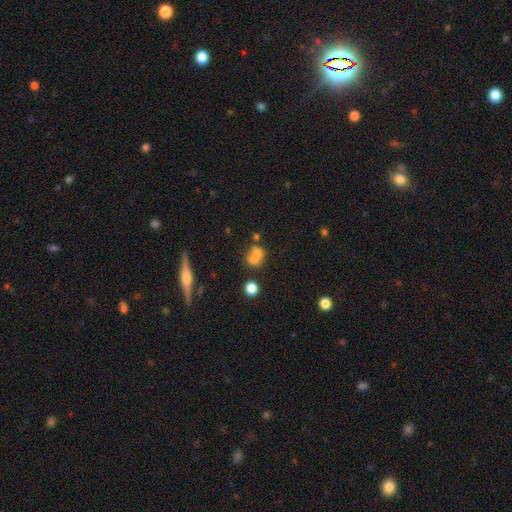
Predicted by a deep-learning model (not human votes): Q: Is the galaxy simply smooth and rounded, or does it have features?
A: smooth — 67%.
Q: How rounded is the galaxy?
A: in between — 65%.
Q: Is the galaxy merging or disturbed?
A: none — 37%.